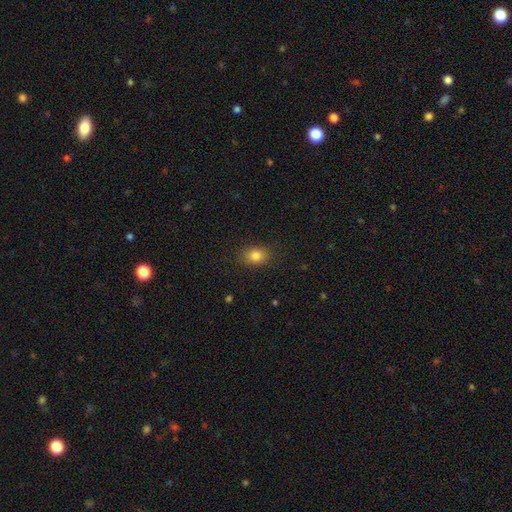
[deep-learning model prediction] Smooth or featured?
  - smooth: 83% *
  - star or artifact: 11%
  - featured or disk: 7%
How rounded?
  - in between: 64% *
  - round: 34%
  - cigar-shaped: 1%
Merging?
  - none: 85% *
  - minor disturbance: 11%
  - major disturbance: 3%
  - merger: 1%